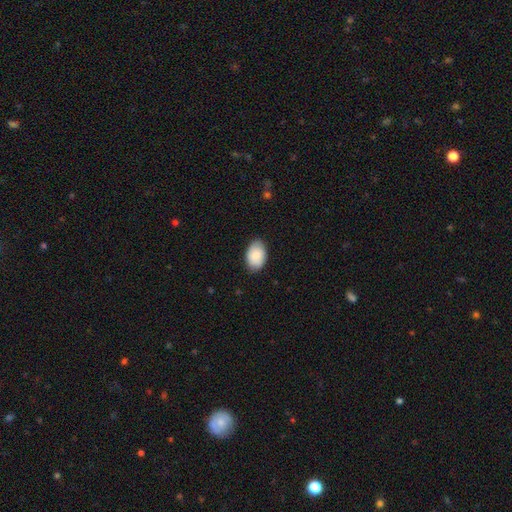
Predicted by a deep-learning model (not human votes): Smooth or featured? smooth (87%)
How rounded? in between (90%)
Merging? none (82%)